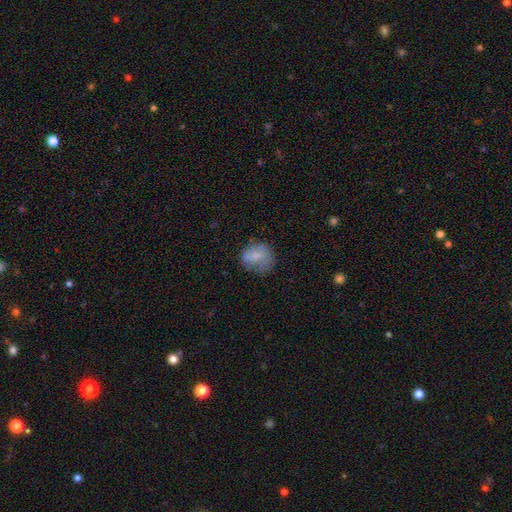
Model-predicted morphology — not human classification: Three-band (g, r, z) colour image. It shows a smooth galaxy with no disk features (73%) that is round (63%). Merging: none (55%).